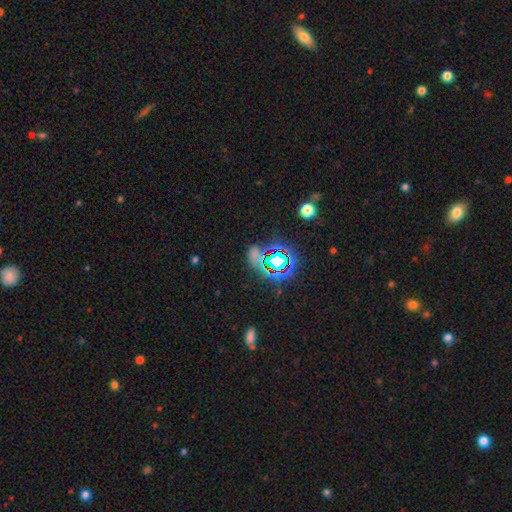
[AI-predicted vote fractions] This is possibly a star or artifact rather than a galaxy (58%).